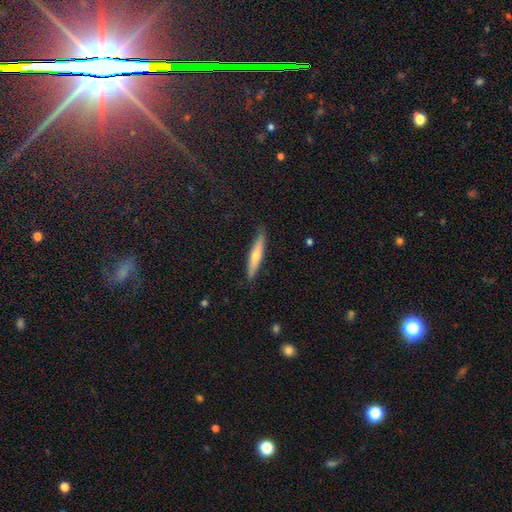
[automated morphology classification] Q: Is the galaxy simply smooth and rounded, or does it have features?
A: smooth — 52%.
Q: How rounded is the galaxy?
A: cigar-shaped — 89%.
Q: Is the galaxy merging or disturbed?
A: none — 87%.